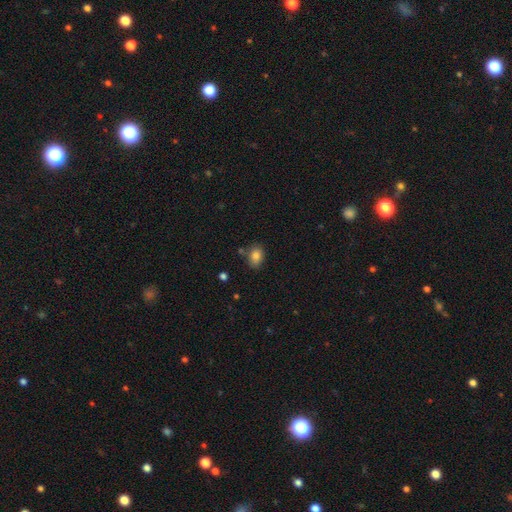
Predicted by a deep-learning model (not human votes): The model was most divided on "how rounded": in between: 69%, round: 30%, cigar-shaped: 1%. More confident: smooth or featured — smooth (83%); merging — none (73%).